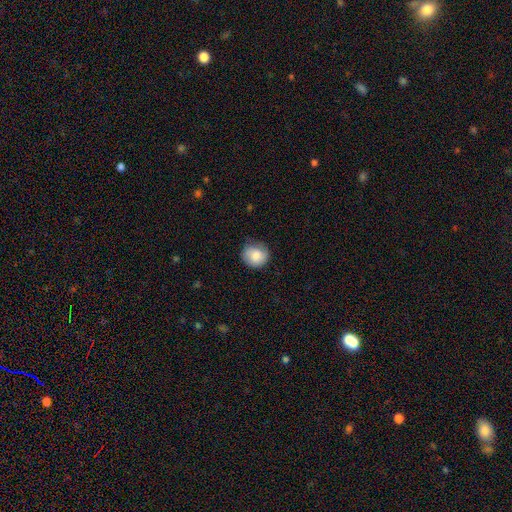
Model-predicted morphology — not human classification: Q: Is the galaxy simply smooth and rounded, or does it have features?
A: smooth — 83%.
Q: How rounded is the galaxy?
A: round — 87%.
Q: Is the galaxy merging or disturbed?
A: none — 73%.